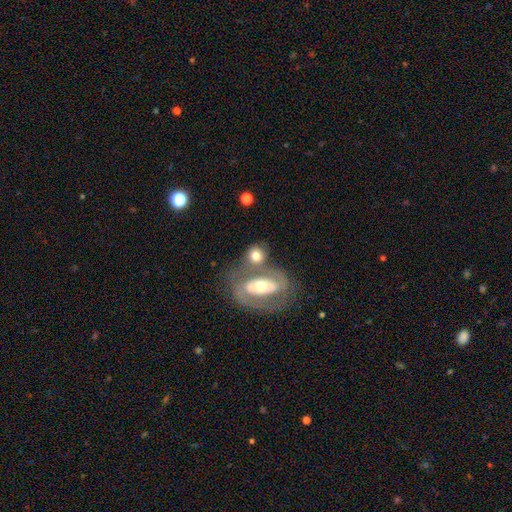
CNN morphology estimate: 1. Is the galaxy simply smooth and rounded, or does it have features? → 54% smooth, 39% featured or disk, 7% star or artifact.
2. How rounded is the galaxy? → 50% in between, 47% round, 3% cigar-shaped.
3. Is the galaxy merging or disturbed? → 41% none, 39% merger, 13% minor disturbance, 7% major disturbance.